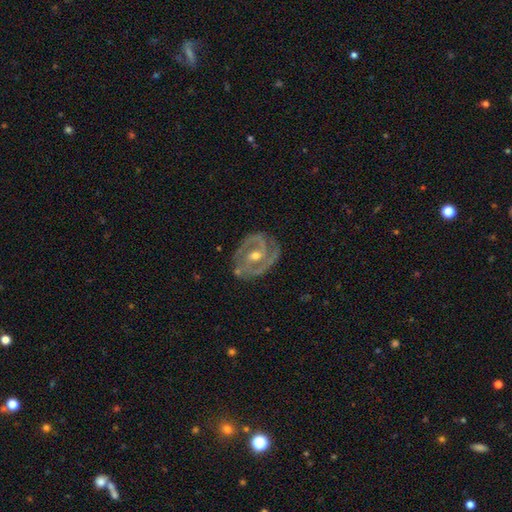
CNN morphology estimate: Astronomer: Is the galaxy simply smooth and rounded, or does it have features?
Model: featured or disk — 90%.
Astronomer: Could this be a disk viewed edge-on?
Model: no — 97%.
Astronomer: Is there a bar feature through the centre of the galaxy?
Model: weak — 39% (runner-up: no, 36%).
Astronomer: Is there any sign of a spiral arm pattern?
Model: yes — 96%.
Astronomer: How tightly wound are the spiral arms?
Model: tight — 54% (runner-up: medium, 39%).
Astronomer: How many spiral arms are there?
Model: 2 — 83%.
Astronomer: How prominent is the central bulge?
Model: moderate — 60% (runner-up: small, 37%).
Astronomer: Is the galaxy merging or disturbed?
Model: none — 77%.